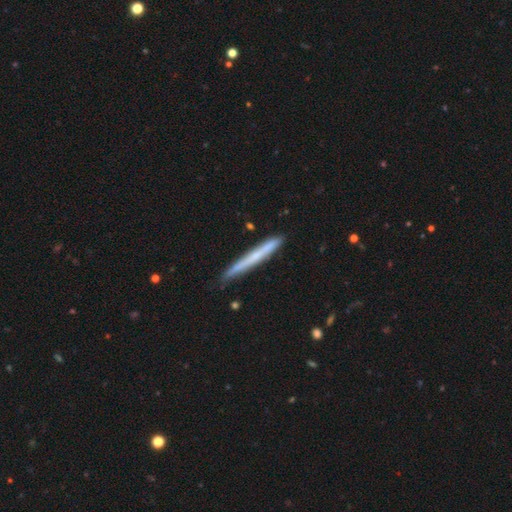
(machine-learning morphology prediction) Smooth or featured? Predicted: smooth (p=0.53). How rounded? Predicted: cigar-shaped (p=0.97). Merging? Predicted: none (p=0.85).